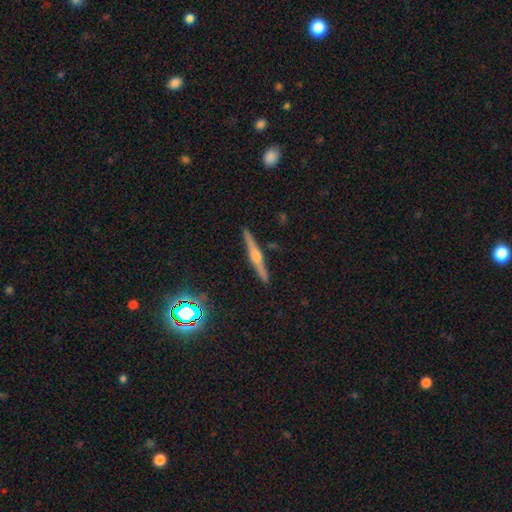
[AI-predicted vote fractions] Smooth or featured?
  - featured or disk: 73% *
  - smooth: 18%
  - star or artifact: 9%
Edge-on disk?
  - yes: 98% *
  - no: 2%
Edge-on bulge?
  - rounded: 82% *
  - boxy: 12%
  - none: 6%
Merging?
  - none: 91% *
  - minor disturbance: 6%
  - major disturbance: 1%
  - merger: 1%